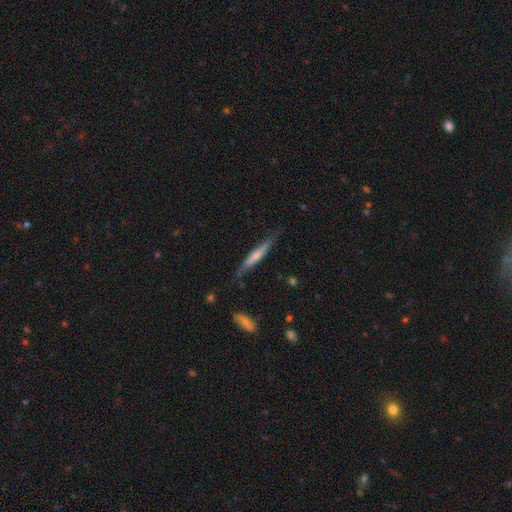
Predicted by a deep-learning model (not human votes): Smooth or featured: smooth — 52% (featured or disk — 43%)
How rounded: cigar-shaped — 92% (in between — 7%)
Merging: none — 73% (minor disturbance — 20%)